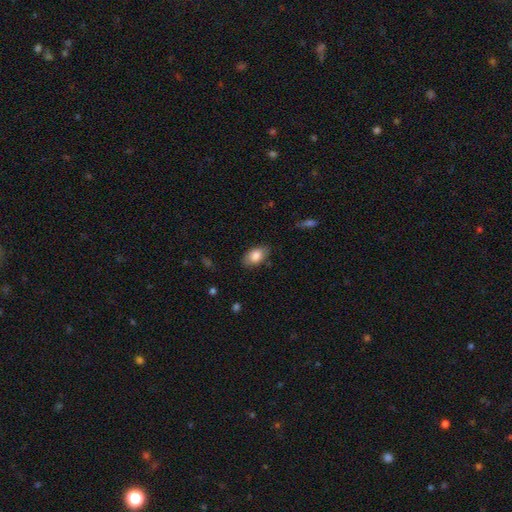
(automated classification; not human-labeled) Smooth or featured?
  - smooth: 84% *
  - featured or disk: 9%
  - star or artifact: 7%
How rounded?
  - in between: 91% *
  - round: 7%
  - cigar-shaped: 2%
Merging?
  - none: 81% *
  - minor disturbance: 15%
  - major disturbance: 3%
  - merger: 1%